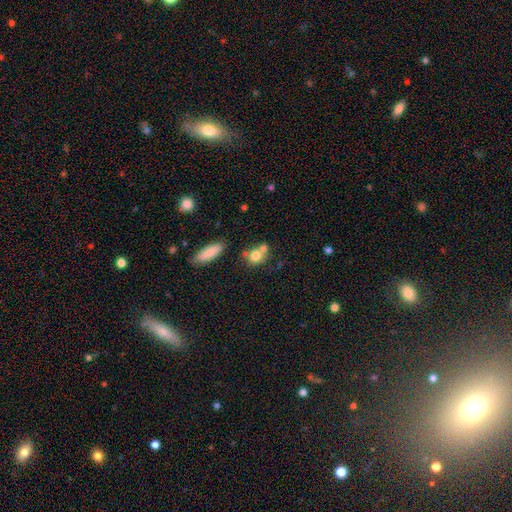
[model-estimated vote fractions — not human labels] smooth 74%, featured or disk 16%, star or artifact 10%. Down the decision tree: how rounded — round (62%); merging — merger (43%).